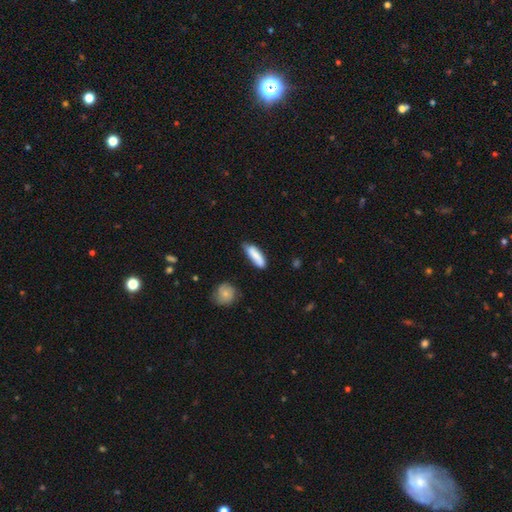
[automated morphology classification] Q: Smooth or featured?
A: smooth (79%); runner-up: featured or disk (14%)
Q: How rounded?
A: cigar-shaped (54%); runner-up: in between (44%)
Q: Merging?
A: none (62%); runner-up: minor disturbance (28%)